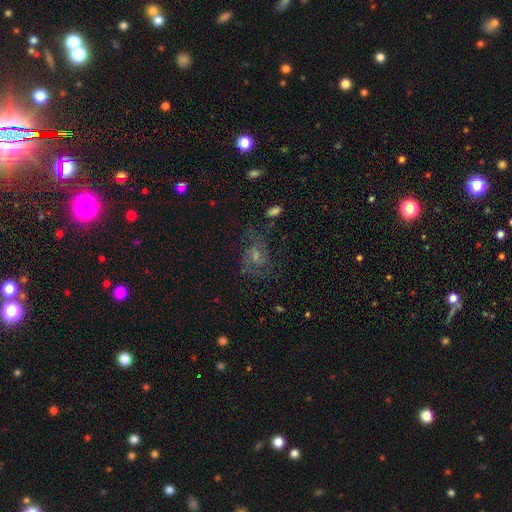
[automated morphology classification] Smooth or featured?
  - featured or disk: 70% *
  - smooth: 15%
  - star or artifact: 15%
Edge-on disk?
  - no: 97% *
  - yes: 3%
Bar?
  - weak: 55% *
  - no: 31%
  - strong: 14%
Spiral arms?
  - yes: 92% *
  - no: 8%
Spiral winding?
  - medium: 55% *
  - loose: 24%
  - tight: 21%
Spiral arm count?
  - 2: 77% *
  - can't tell: 11%
  - 3: 5%
  - 1: 4%
  - 4: 2%
  - more than 4: 2%
Bulge size?
  - small: 39% *
  - moderate: 35%
  - none: 18%
  - large: 7%
  - dominant: 2%
Merging?
  - none: 66% *
  - minor disturbance: 17%
  - major disturbance: 15%
  - merger: 3%